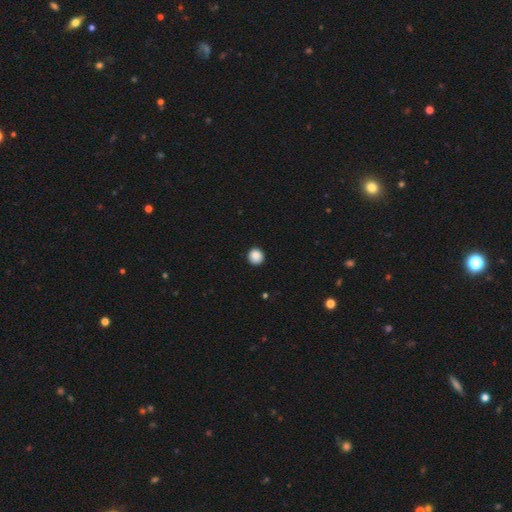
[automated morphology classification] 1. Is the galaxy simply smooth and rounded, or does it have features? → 88% smooth, 9% star or artifact, 2% featured or disk.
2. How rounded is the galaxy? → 93% round, 6% in between, 1% cigar-shaped.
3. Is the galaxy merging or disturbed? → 92% none, 5% minor disturbance, 2% major disturbance, 1% merger.